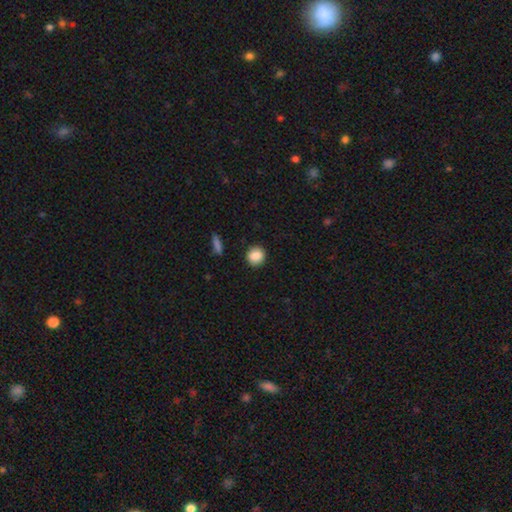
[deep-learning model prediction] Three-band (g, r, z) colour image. It shows a smooth galaxy with no disk features (87%) that is round (84%). Merging: none (91%).